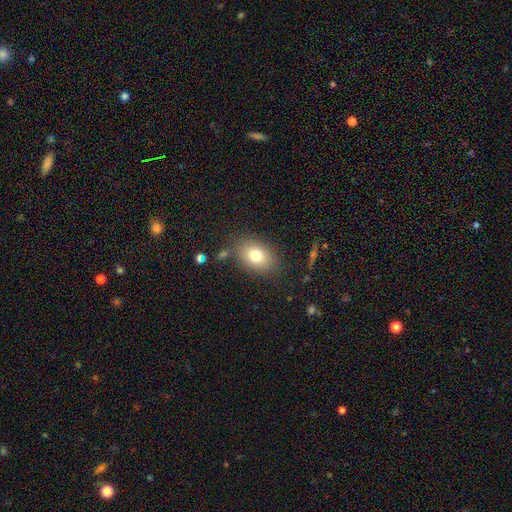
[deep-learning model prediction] Q: Smooth or featured?
A: smooth (79%); runner-up: featured or disk (12%)
Q: How rounded?
A: in between (80%); runner-up: round (19%)
Q: Merging?
A: none (80%); runner-up: minor disturbance (12%)